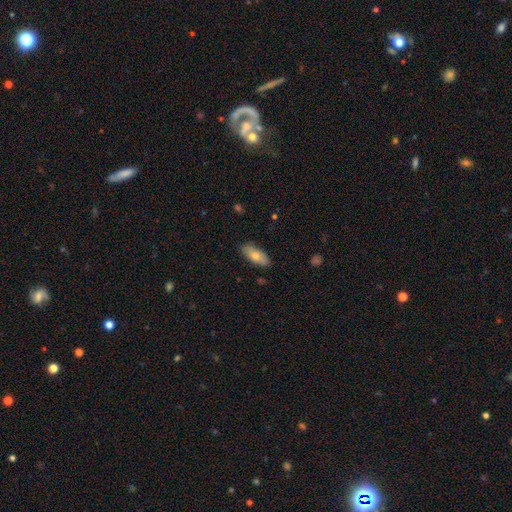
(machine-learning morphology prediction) Smooth or featured? Predicted: smooth (p=0.73). How rounded? Predicted: in between (p=0.80). Merging? Predicted: none (p=0.85).